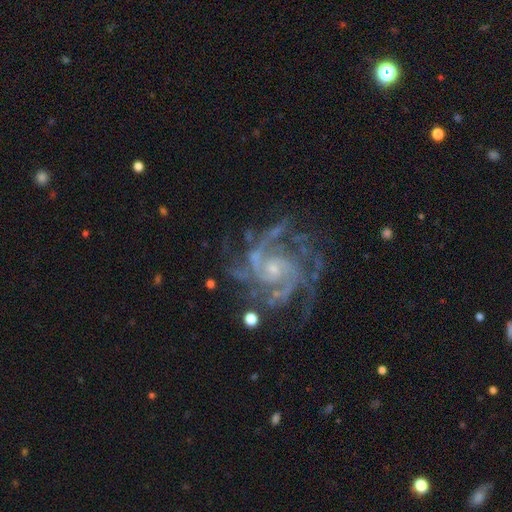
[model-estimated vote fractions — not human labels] featured or disk 92%, star or artifact 5%, smooth 2%. Down the decision tree: edge-on disk — no (98%); bar — no (67%); spiral arms — yes (98%); spiral arm count — 3 (30%); spiral winding — tight (55%); bulge size — small (73%); merging — none (68%).